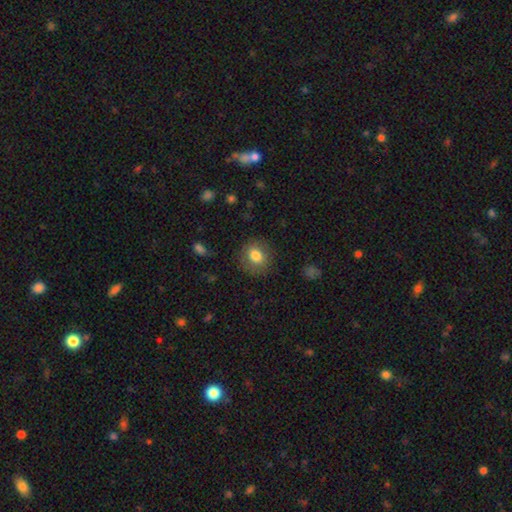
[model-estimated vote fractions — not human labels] Smooth or featured?
  - smooth: 79% *
  - featured or disk: 12%
  - star or artifact: 9%
How rounded?
  - round: 66% *
  - in between: 33%
  - cigar-shaped: 1%
Merging?
  - none: 82% *
  - minor disturbance: 12%
  - major disturbance: 4%
  - merger: 1%